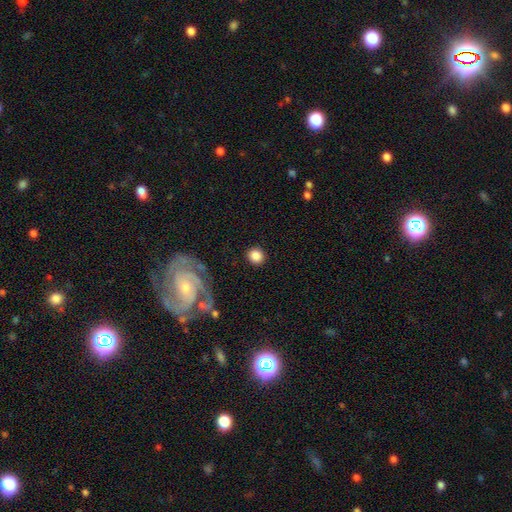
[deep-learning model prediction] smooth 83%, featured or disk 9%, star or artifact 8%. Down the decision tree: how rounded — round (88%); merging — none (87%).